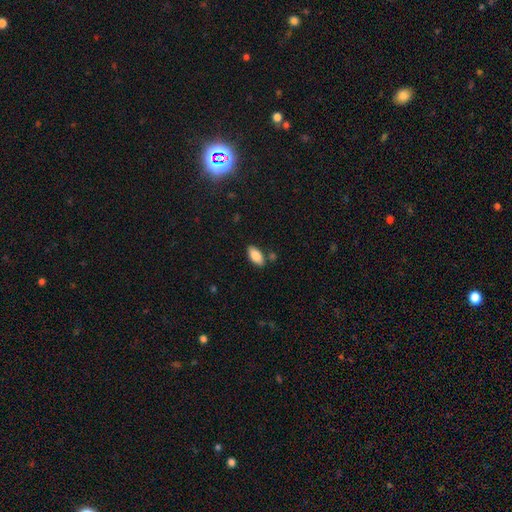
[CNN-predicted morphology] This is clearly a smooth galaxy (86%). How rounded: clearly in between (90%). Merging: clearly none (80%).